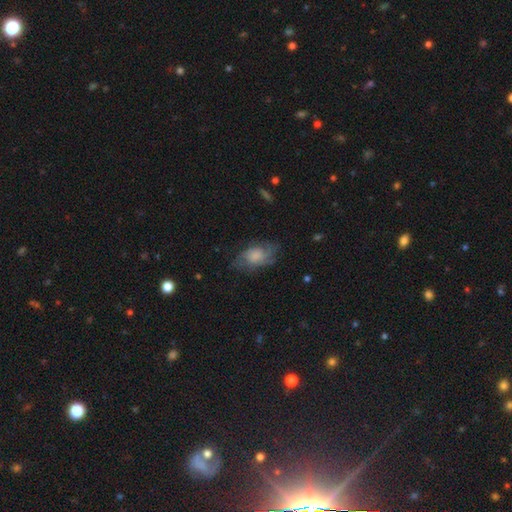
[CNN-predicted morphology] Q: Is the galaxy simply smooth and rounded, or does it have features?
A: featured or disk — 46%.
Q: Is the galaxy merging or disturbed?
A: none — 61%.